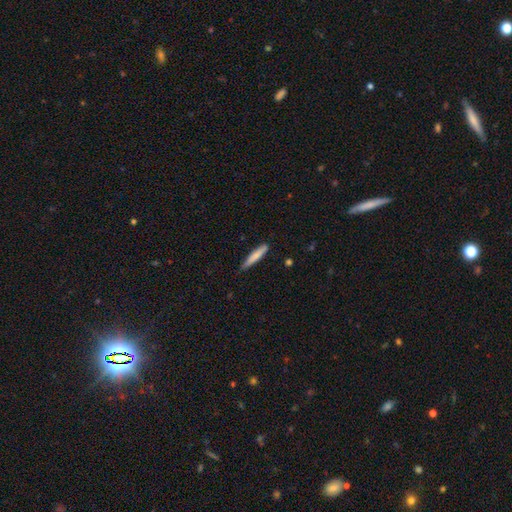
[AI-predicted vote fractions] Smooth or featured? Predicted: smooth (p=0.76). How rounded? Predicted: cigar-shaped (p=0.91). Merging? Predicted: none (p=0.78).